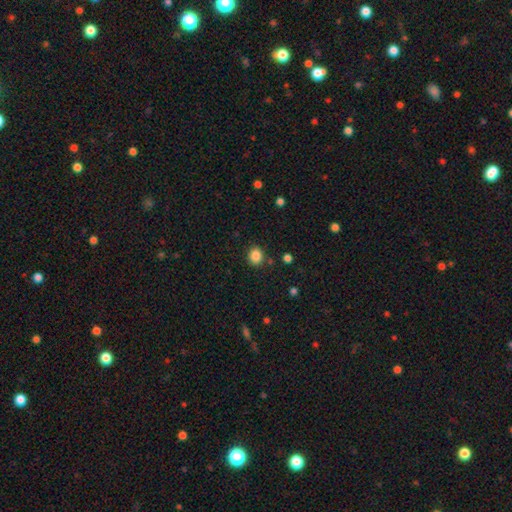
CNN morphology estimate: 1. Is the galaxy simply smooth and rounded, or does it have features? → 86% smooth, 10% star or artifact, 4% featured or disk.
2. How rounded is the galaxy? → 69% round, 30% in between, 1% cigar-shaped.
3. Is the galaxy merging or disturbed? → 84% none, 9% minor disturbance, 4% merger, 3% major disturbance.